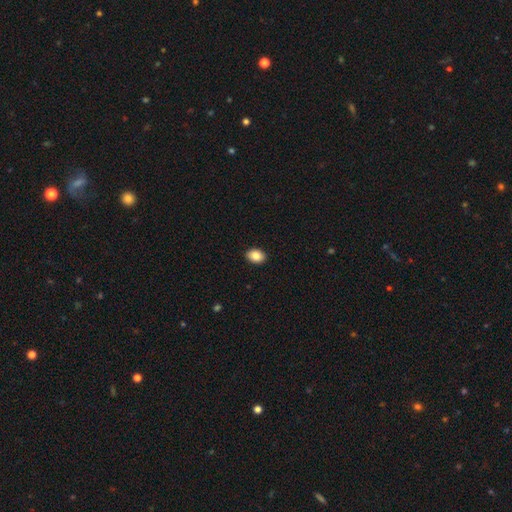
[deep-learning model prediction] smooth 87%, star or artifact 8%, featured or disk 5%. Down the decision tree: how rounded — in between (76%); merging — none (91%).